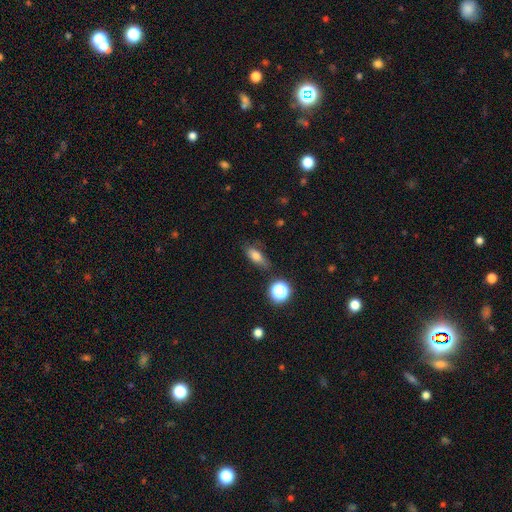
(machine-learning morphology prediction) Smooth or featured? smooth (74%)
How rounded? in between (67%)
Merging? none (73%)